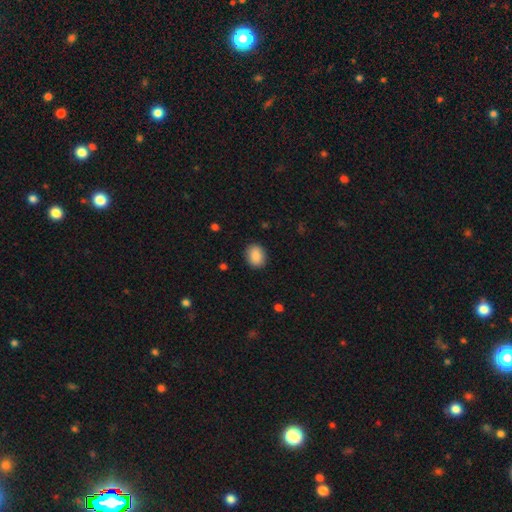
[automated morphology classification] This appears to be a smooth galaxy with no disk features (89%) that is in between round and cigar-shaped (56%). Merging: none (88%).